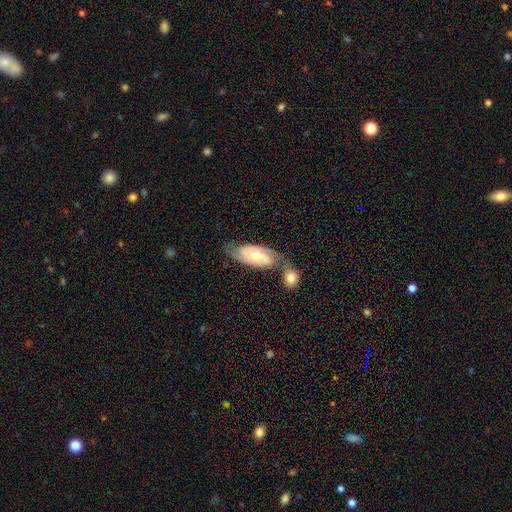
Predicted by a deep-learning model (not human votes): Smooth or featured: featured or disk — 74% (smooth — 20%)
Edge-on disk: no — 92% (yes — 8%)
Bar: no — 63% (weak — 28%)
Spiral arms: yes — 92% (no — 8%)
Spiral winding: tight — 48% (medium — 39%)
Spiral arm count: 2 — 79% (can't tell — 12%)
Bulge size: moderate — 70% (small — 22%)
Merging: none — 48% (merger — 28%)